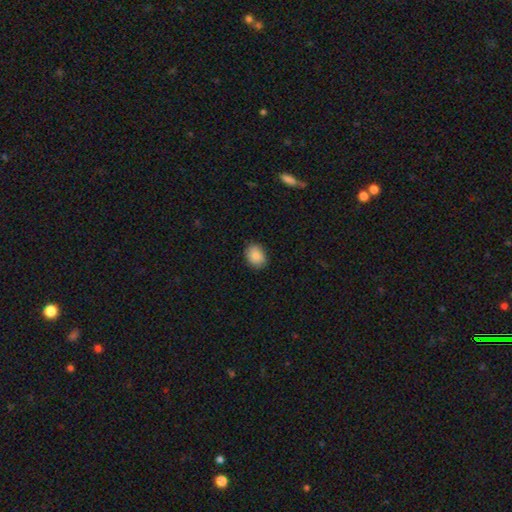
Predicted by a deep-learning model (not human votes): A smooth galaxy with no disk features (86%) that is in between round and cigar-shaped (67%).

Vote fractions:
- Smooth or featured? smooth: 86% / star or artifact: 7% / featured or disk: 6%
- How rounded? in between: 67% / round: 32% / cigar-shaped: 1%
- Merging? none: 85% / minor disturbance: 12% / major disturbance: 2% / merger: 1%